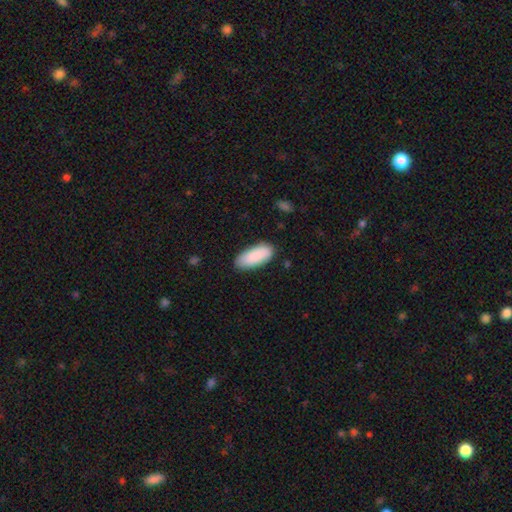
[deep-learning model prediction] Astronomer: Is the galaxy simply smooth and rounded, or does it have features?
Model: smooth — 90%.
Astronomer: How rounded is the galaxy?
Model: in between — 84%.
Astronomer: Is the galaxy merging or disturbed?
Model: none — 85%.